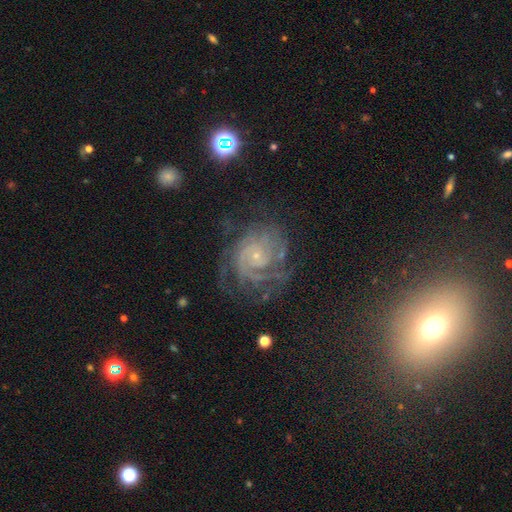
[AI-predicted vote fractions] A featured or disk galaxy (85%) with no bar (75%), tight (68%) spiral arms (97%) and a small central bulge (82%).

Vote fractions:
- Smooth or featured? featured or disk: 85% / star or artifact: 9% / smooth: 6%
- Edge-on disk? no: 98% / yes: 2%
- Bar? no: 75% / weak: 20% / strong: 5%
- Spiral arms? yes: 97% / no: 3%
- Spiral winding? tight: 68% / medium: 26% / loose: 6%
- Spiral arm count? can't tell: 27% / 2: 24% / 3: 22% / 4: 12% / more than 4: 8% / 1: 7%
- Bulge size? small: 82% / moderate: 12% / none: 3% / large: 1% / dominant: 1%
- Merging? none: 64% / minor disturbance: 19% / major disturbance: 15% / merger: 2%